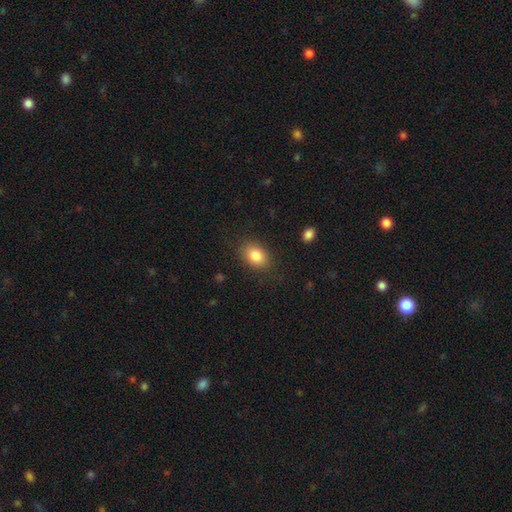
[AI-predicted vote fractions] smooth_or_featured: smooth (p=0.85) [alt: star or artifact p=0.08]
how_rounded: in between (p=0.76) [alt: round p=0.23]
merging: none (p=0.85) [alt: minor disturbance p=0.10]